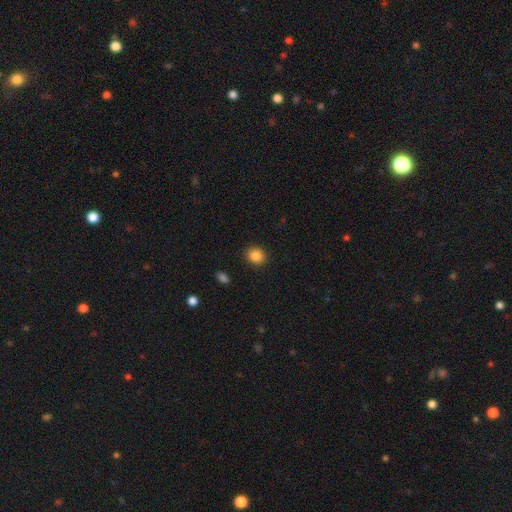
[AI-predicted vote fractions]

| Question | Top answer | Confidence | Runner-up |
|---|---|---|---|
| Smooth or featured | smooth | 86% | star or artifact (10%) |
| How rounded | round | 80% | in between (19%) |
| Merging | none | 91% | minor disturbance (6%) |